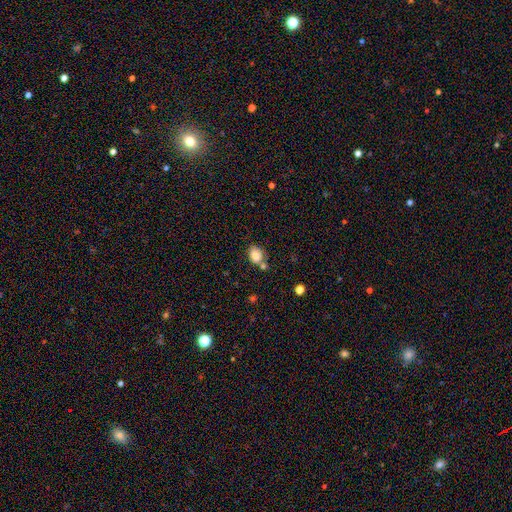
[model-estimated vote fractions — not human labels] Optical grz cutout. It shows a smooth galaxy with no disk features (82%) that is in between round and cigar-shaped (62%). Merging: none (57%).